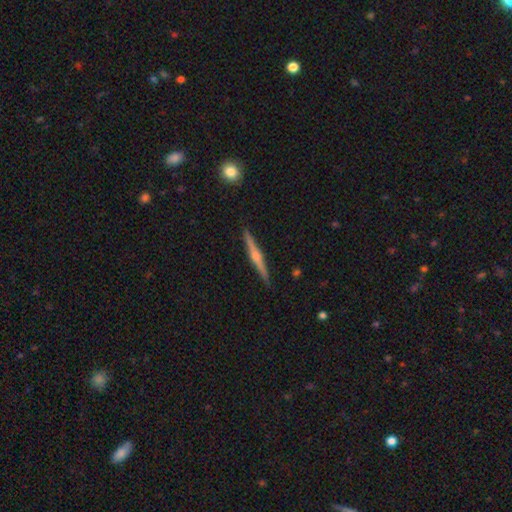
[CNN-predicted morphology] The model was most divided on "smooth or featured": featured or disk: 76%, smooth: 18%, star or artifact: 6%. More confident: edge-on disk — yes (98%); merging — none (92%); edge-on bulge — rounded (84%).